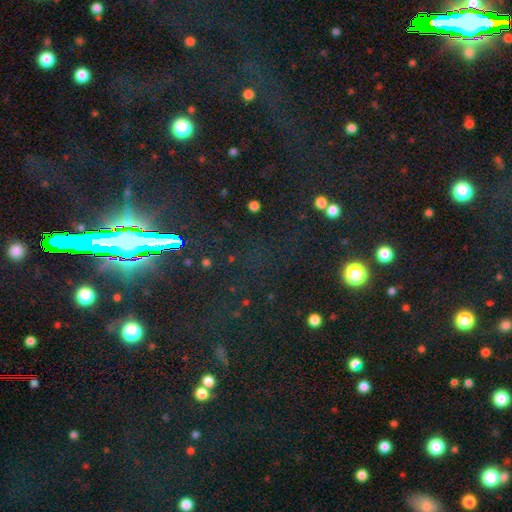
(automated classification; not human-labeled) This appears to be a star or artifact, not a galaxy (73%).